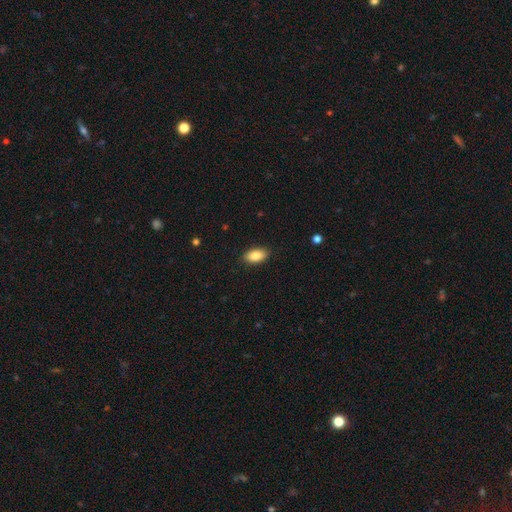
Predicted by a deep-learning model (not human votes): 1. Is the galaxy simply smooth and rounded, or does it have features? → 87% smooth, 7% star or artifact, 6% featured or disk.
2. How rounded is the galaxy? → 92% in between, 4% round, 3% cigar-shaped.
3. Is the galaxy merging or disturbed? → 88% none, 9% minor disturbance, 2% major disturbance, 1% merger.